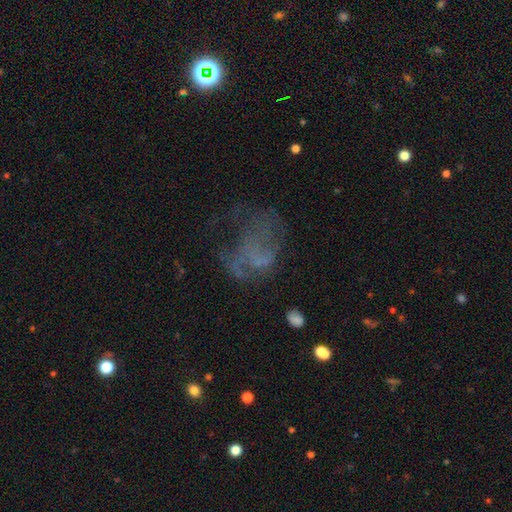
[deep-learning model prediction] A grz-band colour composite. It shows a featured or disk galaxy (49%). Merging: major disturbance (48%).